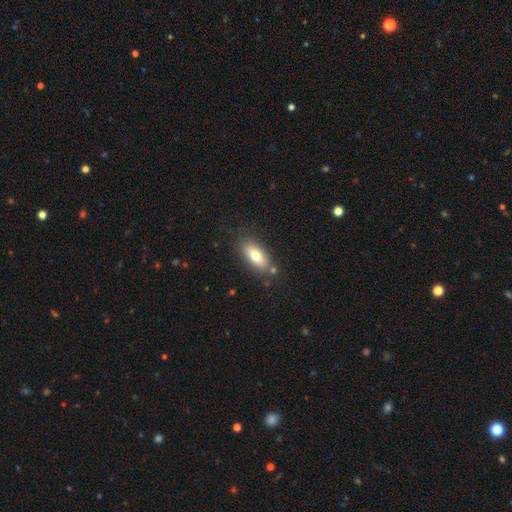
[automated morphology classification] This is likely a smooth galaxy (73%). How rounded: clearly in between (82%). Merging: likely none (79%).